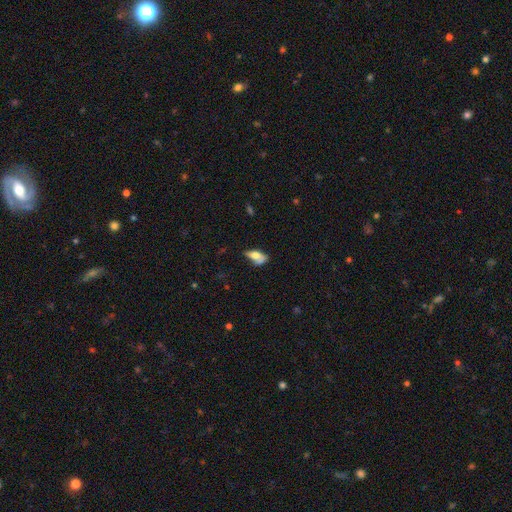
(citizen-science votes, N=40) This appears to be a smooth galaxy with no disk features (55%) that is in between round and cigar-shaped (86%). Merging: merger (45%).